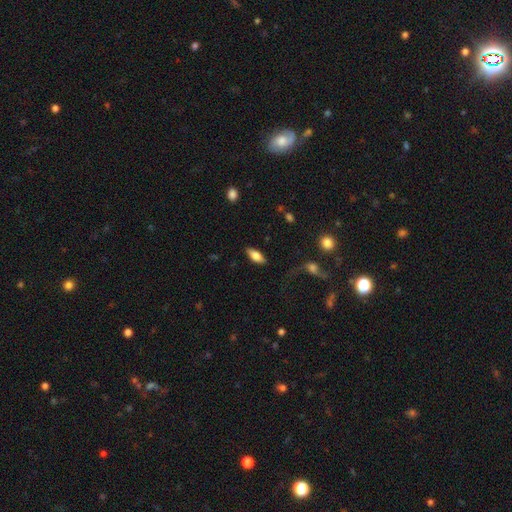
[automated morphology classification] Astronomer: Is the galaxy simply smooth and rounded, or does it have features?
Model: smooth — 74%.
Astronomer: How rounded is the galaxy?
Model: in between — 83%.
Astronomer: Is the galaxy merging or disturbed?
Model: none — 85%.